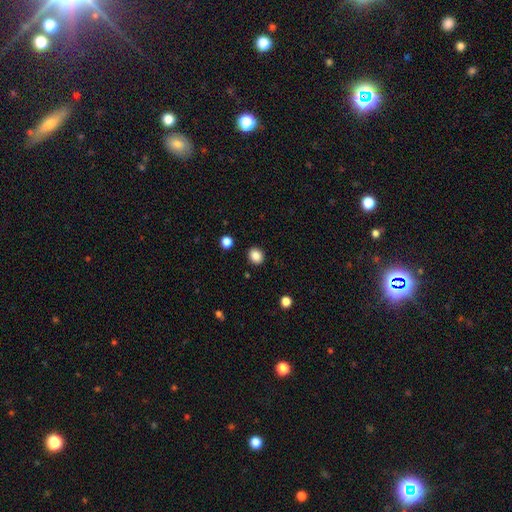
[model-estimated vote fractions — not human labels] smooth 87%, star or artifact 10%, featured or disk 4%. Down the decision tree: how rounded — round (66%); merging — none (90%).